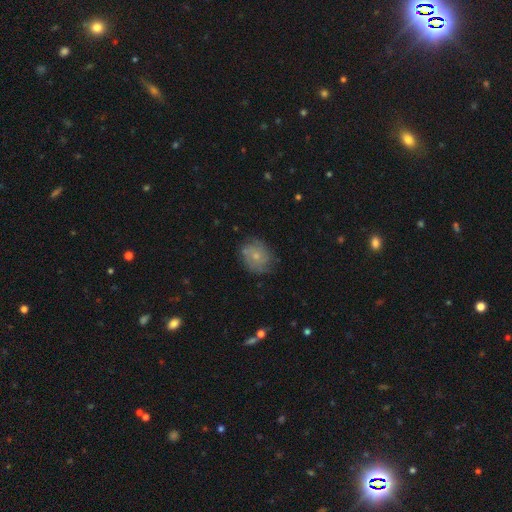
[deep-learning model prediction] Smooth or featured?
  - smooth: 54% *
  - featured or disk: 37%
  - star or artifact: 9%
How rounded?
  - round: 62% *
  - in between: 37%
  - cigar-shaped: 1%
Merging?
  - none: 71% *
  - minor disturbance: 21%
  - major disturbance: 6%
  - merger: 2%